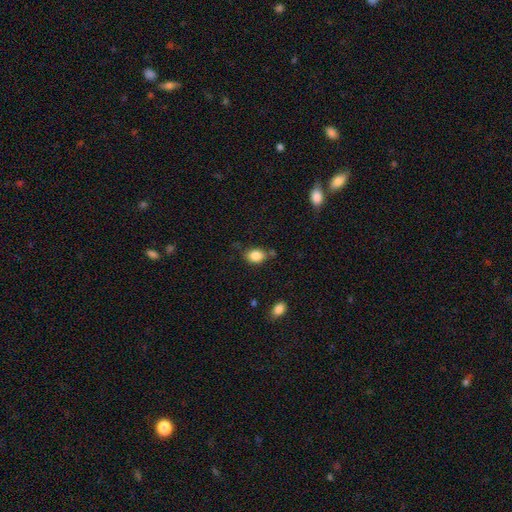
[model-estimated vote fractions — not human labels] smooth-or-featured: smooth: 85% | star or artifact: 9% | featured or disk: 6%
  how-rounded: in between: 72% | round: 27% | cigar-shaped: 1%
  merging: none: 67% | minor disturbance: 20% | merger: 8% | major disturbance: 5%